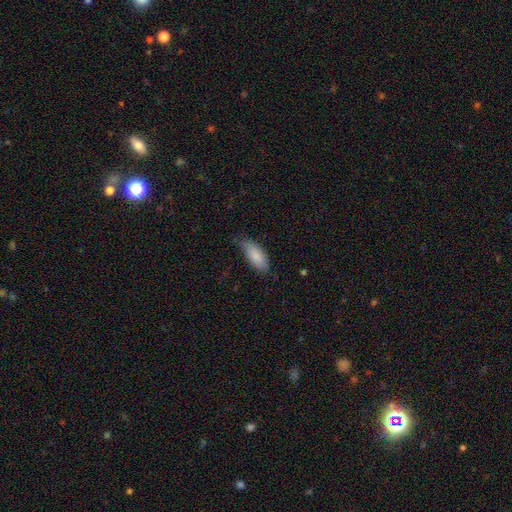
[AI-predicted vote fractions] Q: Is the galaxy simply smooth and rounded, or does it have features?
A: smooth — 85%.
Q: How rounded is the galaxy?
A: in between — 84%.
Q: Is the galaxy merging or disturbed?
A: none — 64%.